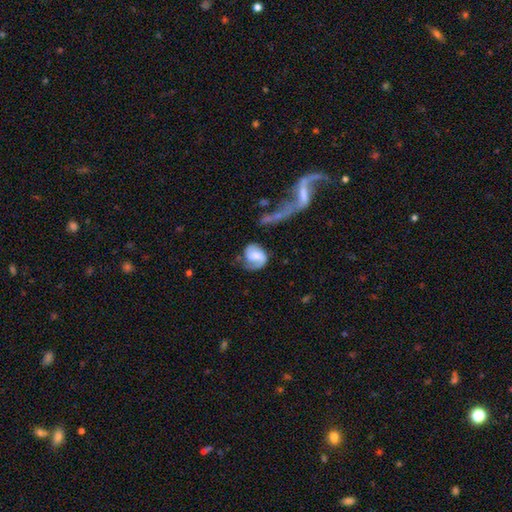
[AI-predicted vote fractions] A featured or disk galaxy (57%) with no bar (47%), spiral arms (89%) and no central bulge (30%). Merging: none (51%).